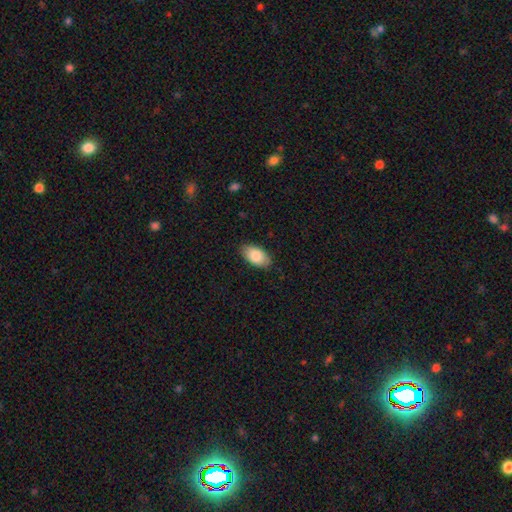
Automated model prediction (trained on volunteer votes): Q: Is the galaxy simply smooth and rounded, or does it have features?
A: smooth — 85%.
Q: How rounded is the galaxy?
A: in between — 95%.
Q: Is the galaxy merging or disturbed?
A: none — 85%.